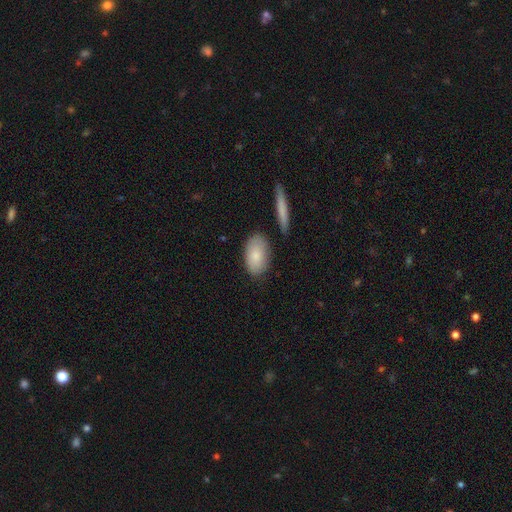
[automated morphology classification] type=smooth (83%); roundness=in between (92%); merging=none (77%).